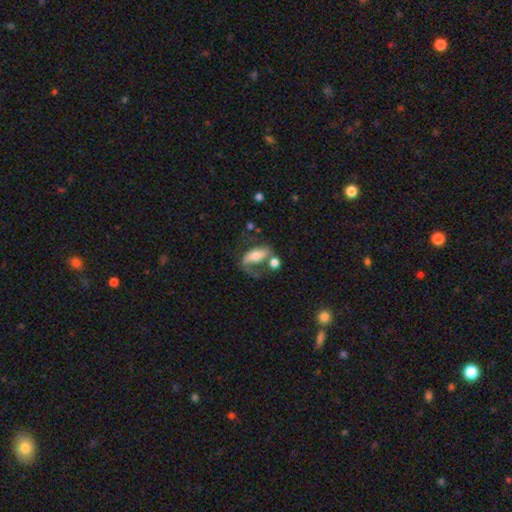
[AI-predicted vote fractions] A featured or disk galaxy (56%) with no bar (45%), spiral arms (75%) and a moderate central bulge (56%). Merging: none (34%).